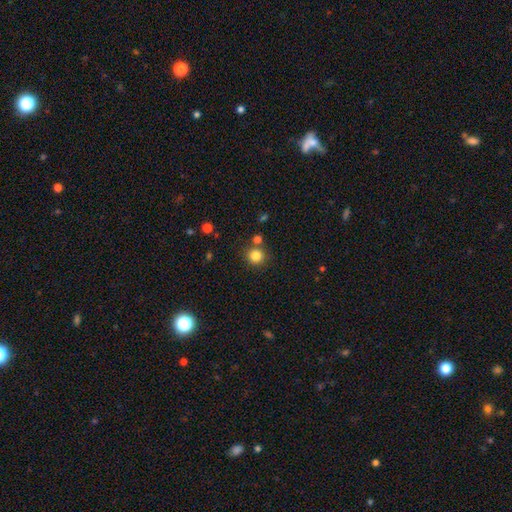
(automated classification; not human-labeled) smooth-or-featured: smooth: 83% | star or artifact: 12% | featured or disk: 5%
  how-rounded: round: 93% | in between: 6% | cigar-shaped: 1%
  merging: none: 80% | merger: 10% | minor disturbance: 7% | major disturbance: 3%